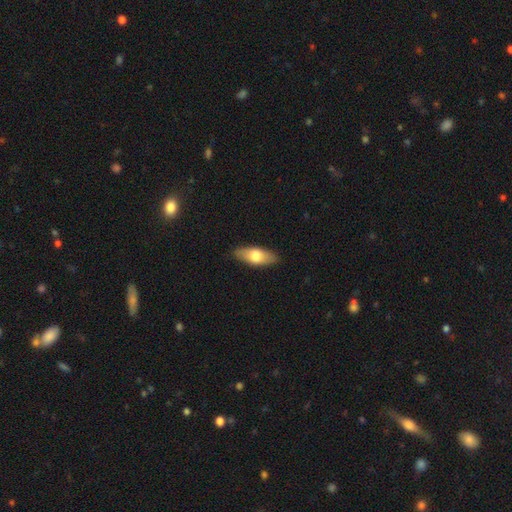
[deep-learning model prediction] This appears to be a smooth galaxy with no disk features (68%) that is in between round and cigar-shaped (76%). Merging: none (87%).